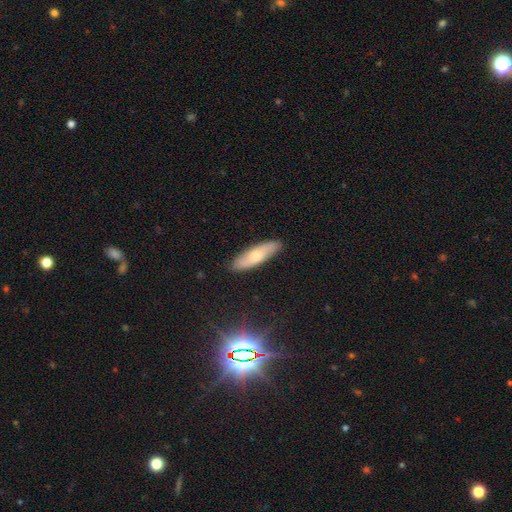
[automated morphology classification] Q: Smooth or featured?
A: smooth (57%); runner-up: featured or disk (37%)
Q: How rounded?
A: cigar-shaped (56%); runner-up: in between (42%)
Q: Merging?
A: none (87%); runner-up: minor disturbance (10%)